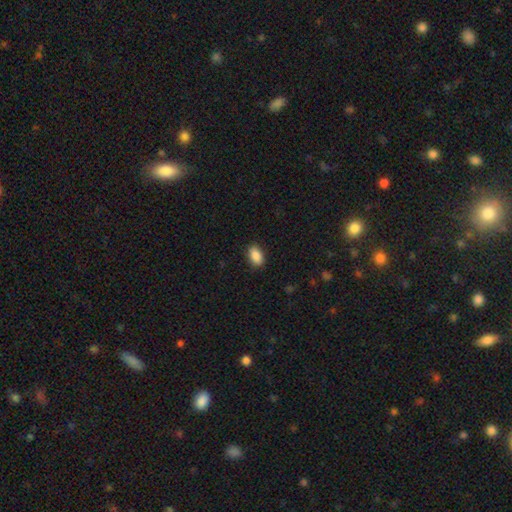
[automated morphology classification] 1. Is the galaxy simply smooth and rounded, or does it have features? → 89% smooth, 8% star or artifact, 4% featured or disk.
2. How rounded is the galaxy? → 91% in between, 6% round, 2% cigar-shaped.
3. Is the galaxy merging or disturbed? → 87% none, 10% minor disturbance, 2% major disturbance, 1% merger.